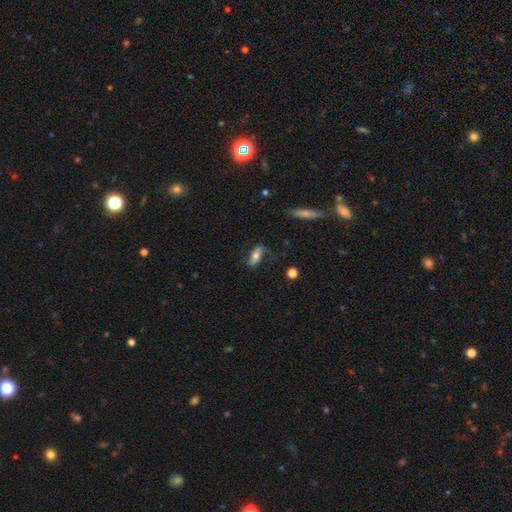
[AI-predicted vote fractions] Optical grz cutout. It shows a featured or disk galaxy (55%). Merging: none (68%).